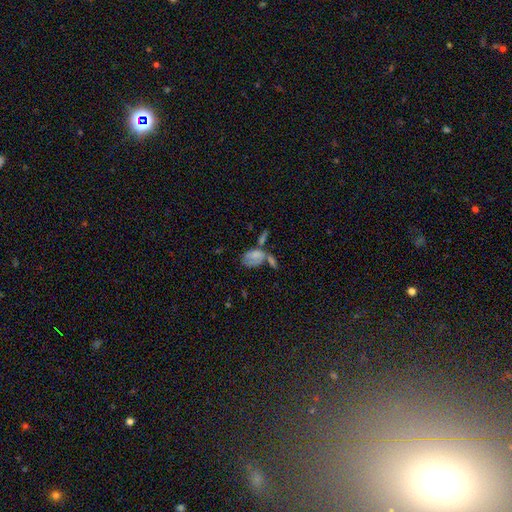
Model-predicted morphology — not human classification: The model was most divided on "merging": merger: 41%, none: 27%, minor disturbance: 17%, major disturbance: 14%. More confident: how rounded — in between (89%); smooth or featured — smooth (70%).